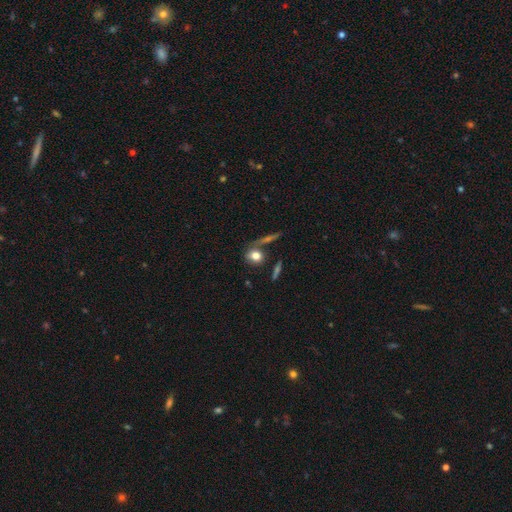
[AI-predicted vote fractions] This appears to be a smooth galaxy with no disk features (75%) that is round (65%). Merging: none (66%).